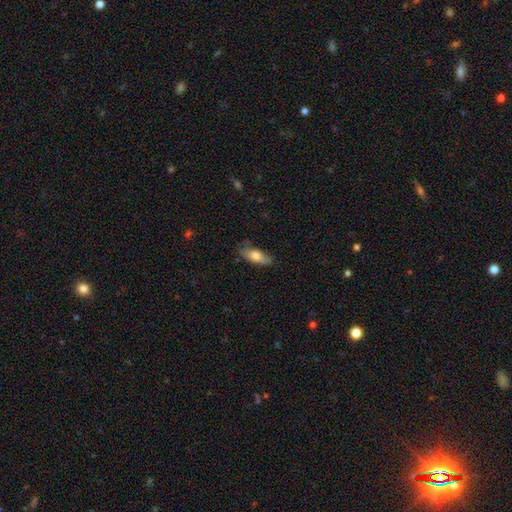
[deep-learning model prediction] Morphology: type=smooth (72%); roundness=in between (75%); merging=none (66%).